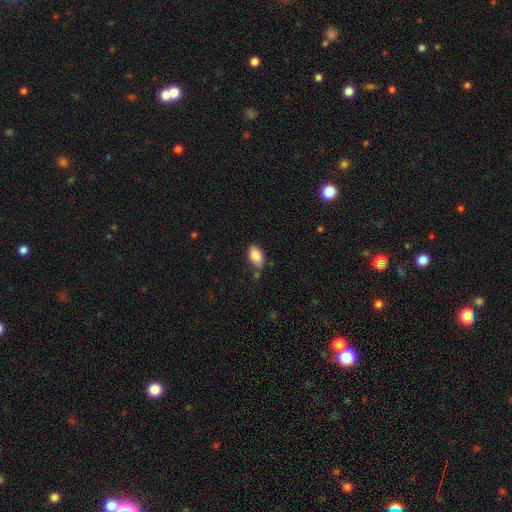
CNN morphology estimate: The model was most divided on "merging": none: 74%, minor disturbance: 18%, merger: 4%, major disturbance: 4%. More confident: how rounded — in between (93%); smooth or featured — smooth (87%).